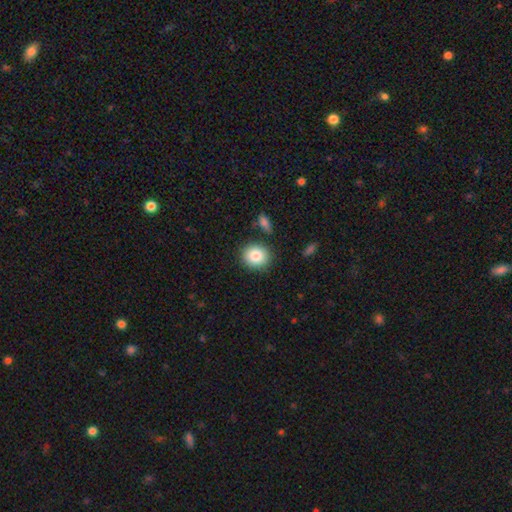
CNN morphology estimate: Smooth or featured?
  - smooth: 84% *
  - star or artifact: 9%
  - featured or disk: 7%
How rounded?
  - round: 79% *
  - in between: 20%
  - cigar-shaped: 1%
Merging?
  - none: 85% *
  - minor disturbance: 9%
  - merger: 4%
  - major disturbance: 2%